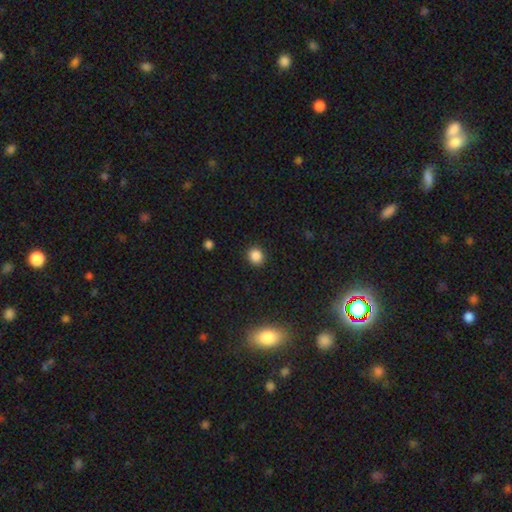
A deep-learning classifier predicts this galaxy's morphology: type=smooth (85%); roundness=round (86%); merging=none (91%).